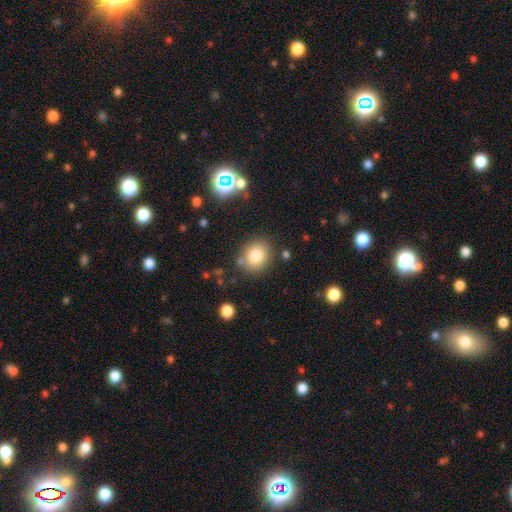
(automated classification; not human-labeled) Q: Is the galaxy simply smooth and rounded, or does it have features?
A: smooth — 81%.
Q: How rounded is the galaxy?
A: round — 71%.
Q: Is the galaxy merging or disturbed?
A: none — 80%.